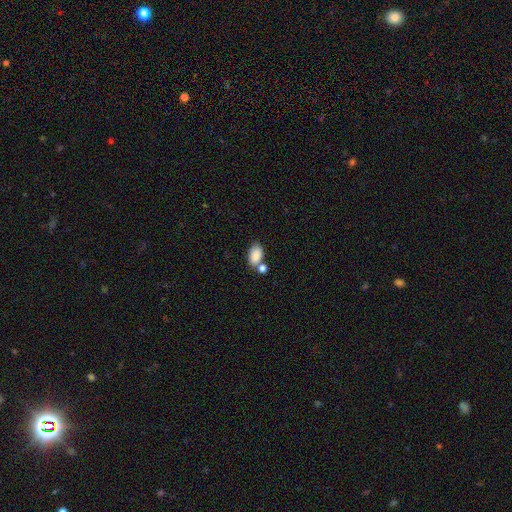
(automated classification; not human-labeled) Smooth or featured? smooth (86%)
How rounded? in between (91%)
Merging? none (51%)